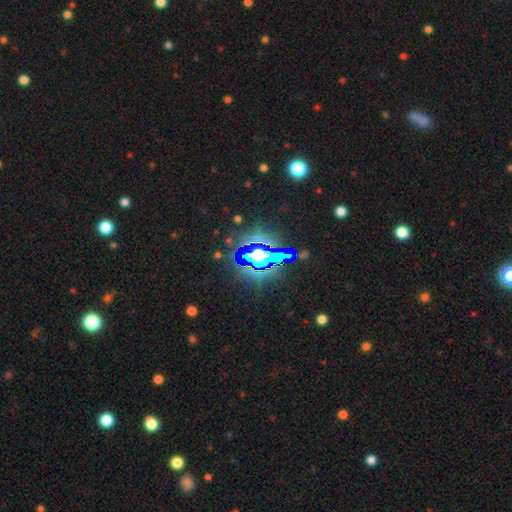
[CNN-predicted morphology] type=star or artifact (71%).